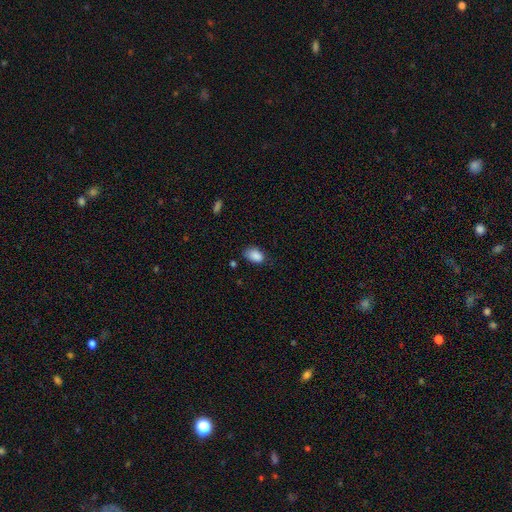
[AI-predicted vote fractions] Overall: smooth (88%). How rounded: in between (88%). Merging: none (67%).